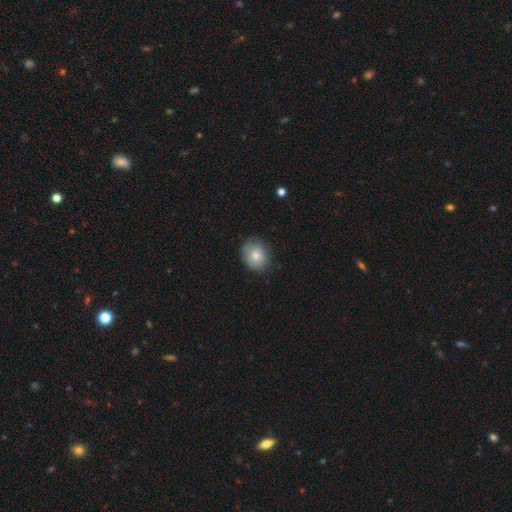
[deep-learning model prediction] Q: Smooth or featured?
A: smooth (79%); runner-up: featured or disk (13%)
Q: How rounded?
A: round (58%); runner-up: in between (41%)
Q: Merging?
A: none (80%); runner-up: minor disturbance (16%)